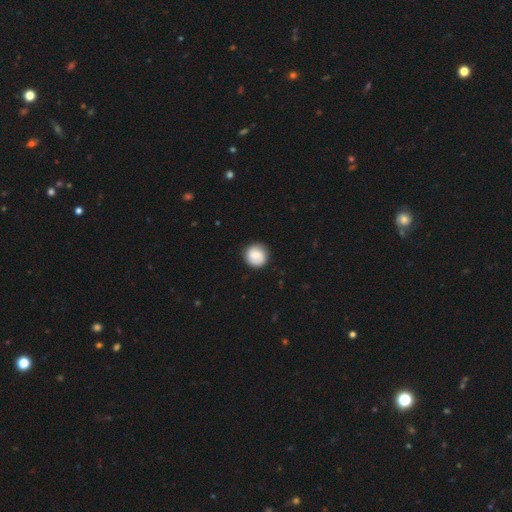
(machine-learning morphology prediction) This is likely a smooth galaxy (77%). How rounded: clearly round (93%). Merging: clearly none (87%).